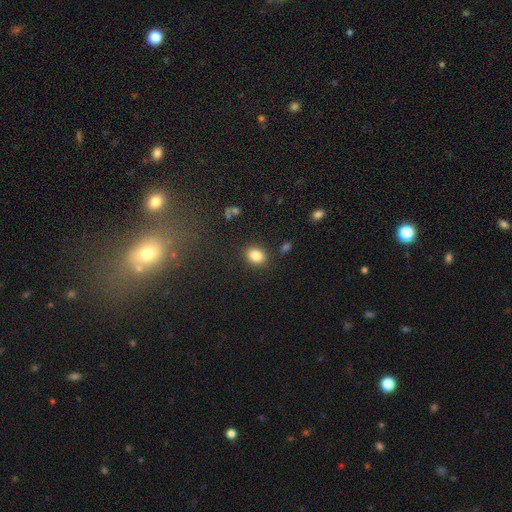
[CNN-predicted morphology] The model was most divided on "how rounded": in between: 53%, round: 46%, cigar-shaped: 1%. More confident: merging — none (86%); smooth or featured — smooth (84%).